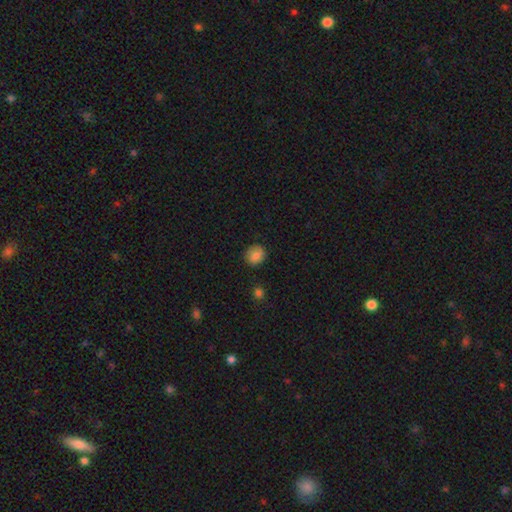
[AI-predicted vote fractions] A smooth galaxy with no disk features (83%) that is round (80%).

Vote fractions:
- Smooth or featured? smooth: 83% / star or artifact: 9% / featured or disk: 8%
- How rounded? round: 80% / in between: 19% / cigar-shaped: 1%
- Merging? none: 85% / minor disturbance: 11% / major disturbance: 2% / merger: 2%